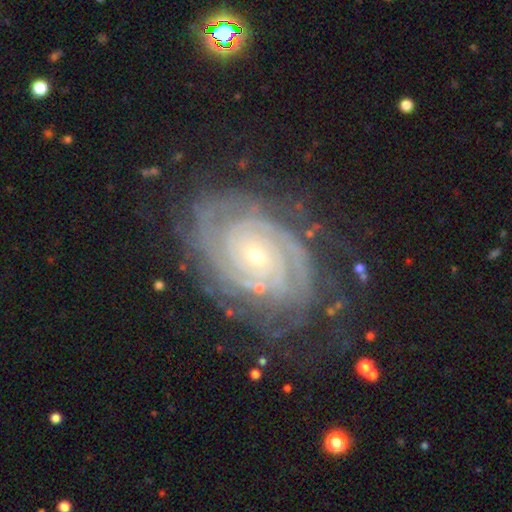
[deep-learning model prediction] A featured or disk galaxy (88%) with no bar (76%), 2 (27%) tight (83%) spiral arms (98%) and a small central bulge (76%). Merging: none (73%).